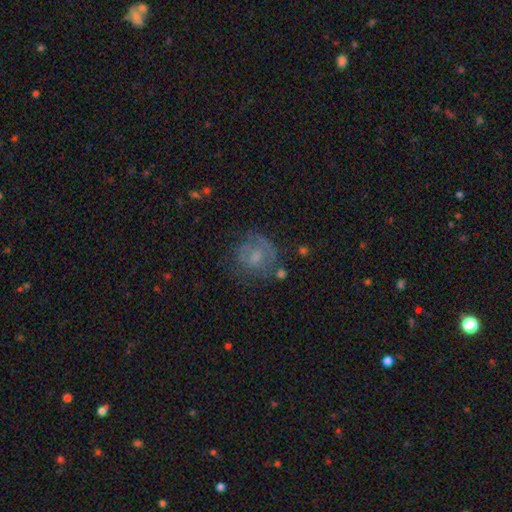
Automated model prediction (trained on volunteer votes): Smooth or featured: featured or disk — 49% (smooth — 40%)
Merging: none — 57% (minor disturbance — 22%)